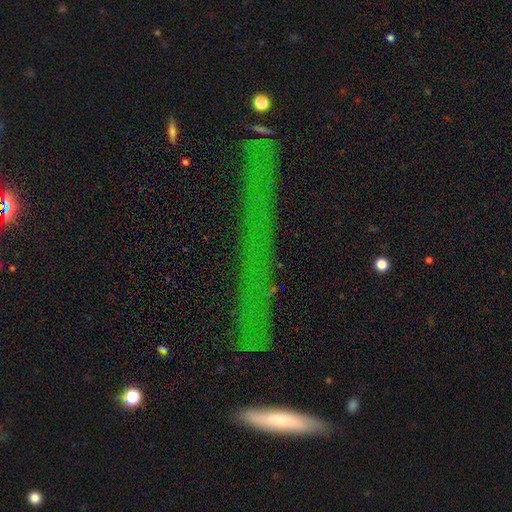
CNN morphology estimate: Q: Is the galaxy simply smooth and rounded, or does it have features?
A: star or artifact — 51%.